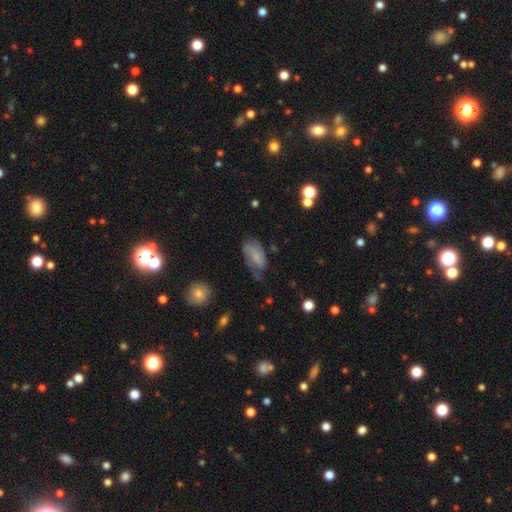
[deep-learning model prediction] This appears to be a smooth galaxy with no disk features (47%). Merging: none (47%).